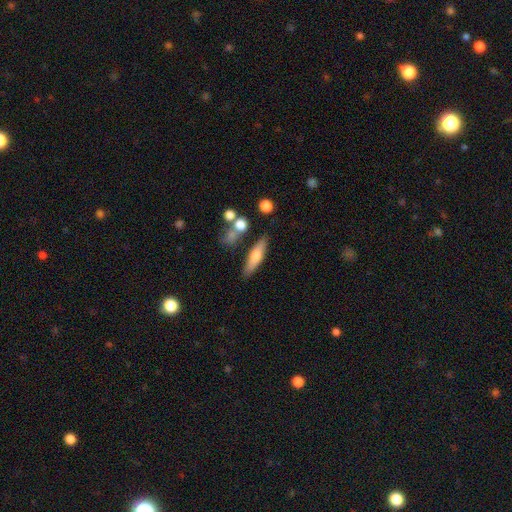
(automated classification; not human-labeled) Overall: smooth (58%; featured or disk 35%). How rounded: cigar-shaped (67%; in between 30%). Merging: none (77%).